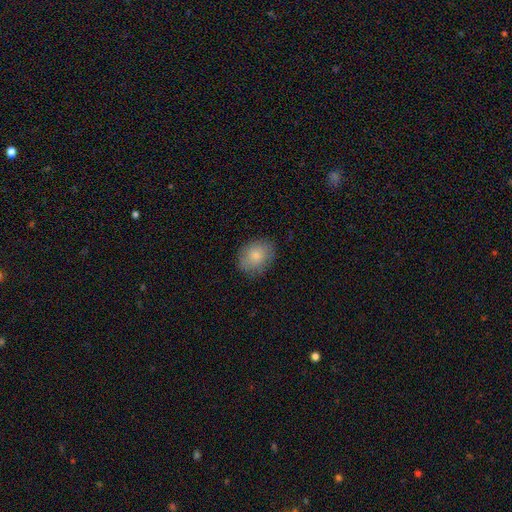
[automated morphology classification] A smooth galaxy with no disk features (80%) that is in between round and cigar-shaped (58%).

Vote fractions:
- Smooth or featured? smooth: 80% / featured or disk: 13% / star or artifact: 7%
- How rounded? in between: 58% / round: 41% / cigar-shaped: 1%
- Merging? none: 82% / minor disturbance: 14% / major disturbance: 3% / merger: 1%